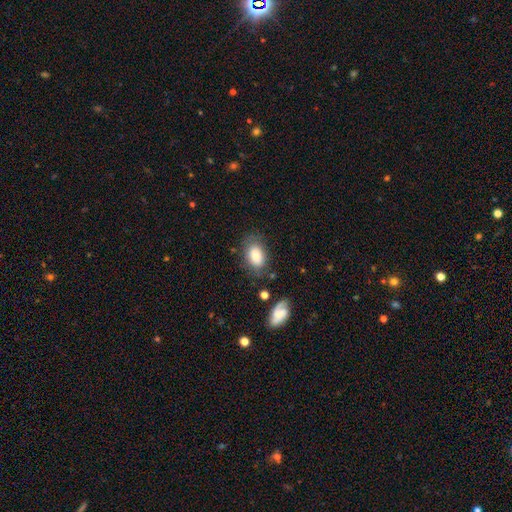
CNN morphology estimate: This is clearly a smooth galaxy (81%). How rounded: clearly in between (85%). Merging: likely none (69%).